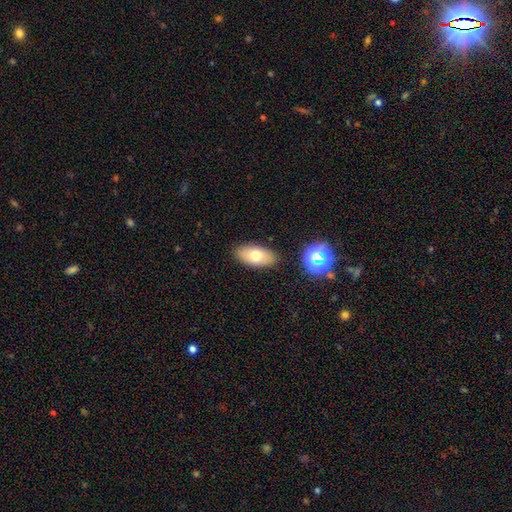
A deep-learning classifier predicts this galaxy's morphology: type=smooth (71%); roundness=in between (91%); merging=none (86%).